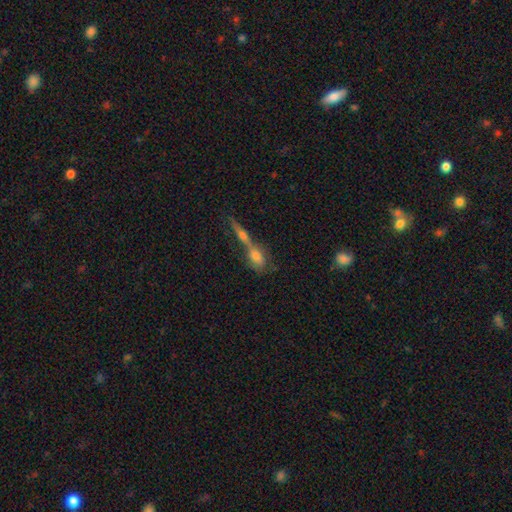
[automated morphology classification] Smooth or featured? Predicted: smooth (p=0.53). How rounded? Predicted: in between (p=0.59). Merging? Predicted: merger (p=0.54).